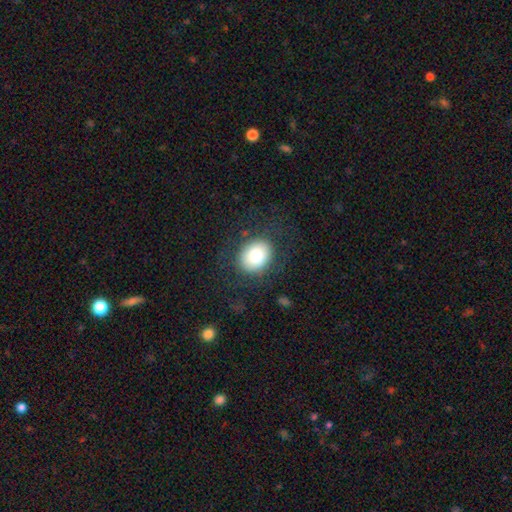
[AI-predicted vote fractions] Morphology: type=smooth (79%); roundness=in between (50%); merging=none (77%).